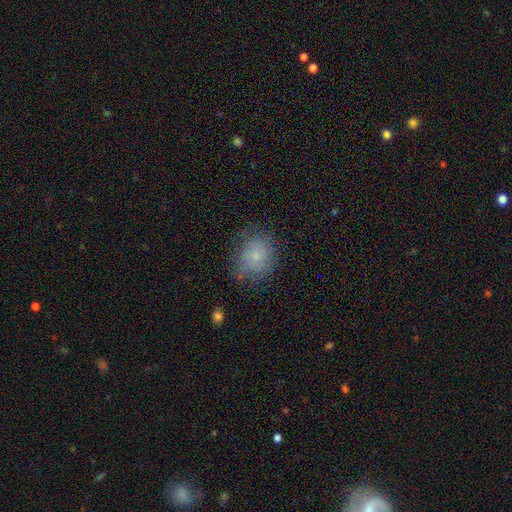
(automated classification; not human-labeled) A smooth galaxy with no disk features (71%) that is round (66%).

Vote fractions:
- Smooth or featured? smooth: 71% / featured or disk: 18% / star or artifact: 11%
- How rounded? round: 66% / in between: 33% / cigar-shaped: 1%
- Merging? none: 69% / minor disturbance: 21% / major disturbance: 9% / merger: 2%